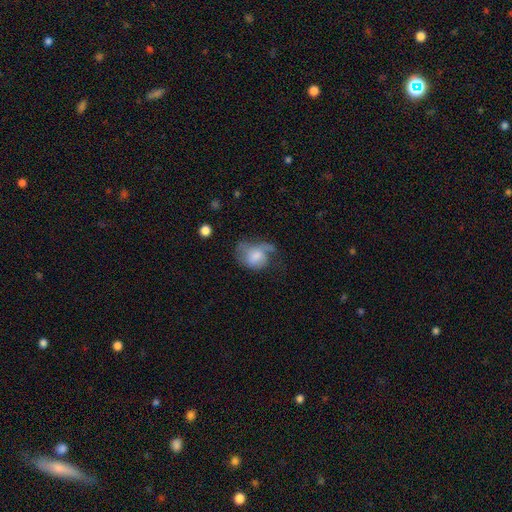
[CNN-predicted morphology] Overall: smooth (56%; featured or disk 36%). How rounded: in between (59%; round 40%). Merging: major disturbance (45%; minor disturbance 26%).